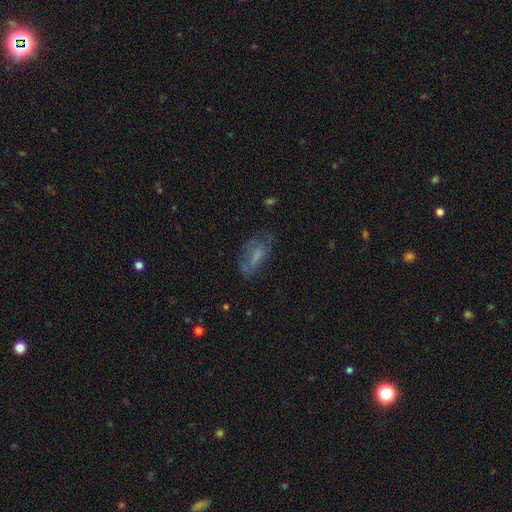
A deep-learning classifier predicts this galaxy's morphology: type=smooth (52%); roundness=in between (81%); merging=none (54%).